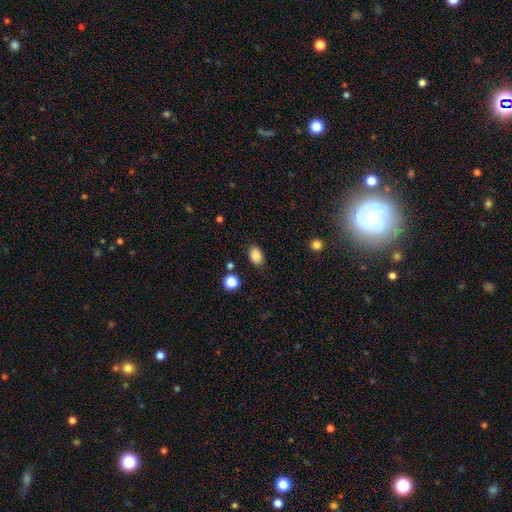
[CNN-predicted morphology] A smooth galaxy with no disk features (87%) that is in between round and cigar-shaped (84%). Merging: none (85%).